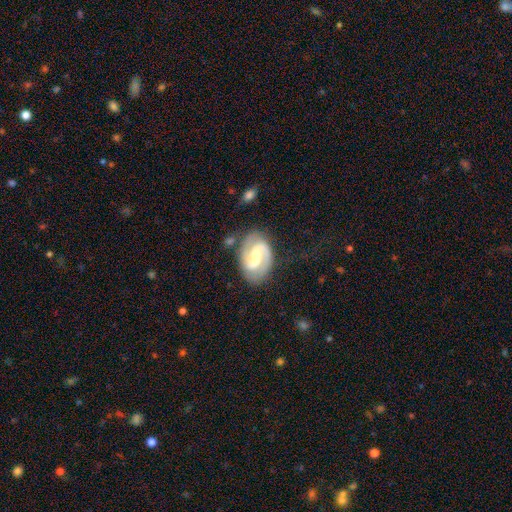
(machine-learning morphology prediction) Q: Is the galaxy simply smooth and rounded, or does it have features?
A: featured or disk — 87%.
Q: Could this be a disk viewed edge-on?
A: no — 97%.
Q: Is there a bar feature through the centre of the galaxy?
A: strong — 47%.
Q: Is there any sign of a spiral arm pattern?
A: yes — 96%.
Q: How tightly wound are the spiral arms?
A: medium — 52%.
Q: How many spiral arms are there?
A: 2 — 92%.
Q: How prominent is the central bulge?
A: moderate — 54%.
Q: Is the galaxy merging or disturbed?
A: none — 79%.